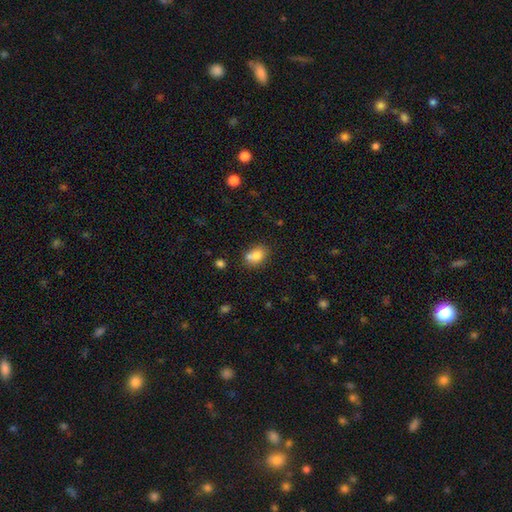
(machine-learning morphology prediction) Overall: smooth (76%). How rounded: in between (60%; round 39%). Merging: none (48%; merger 33%).